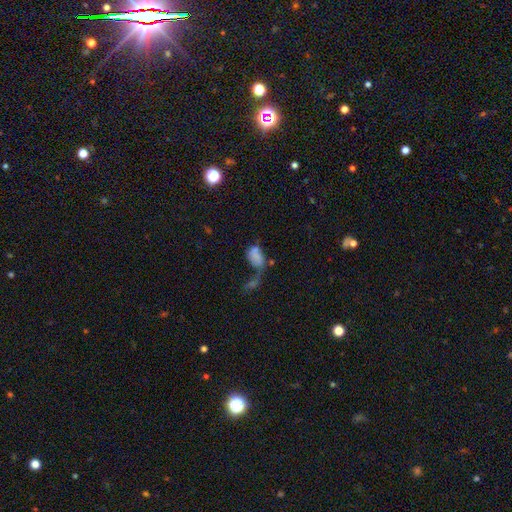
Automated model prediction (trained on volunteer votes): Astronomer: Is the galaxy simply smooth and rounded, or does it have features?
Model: smooth — 66%.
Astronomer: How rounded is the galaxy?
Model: in between — 89%.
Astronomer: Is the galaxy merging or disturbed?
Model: merger — 48% (runner-up: major disturbance, 25%).